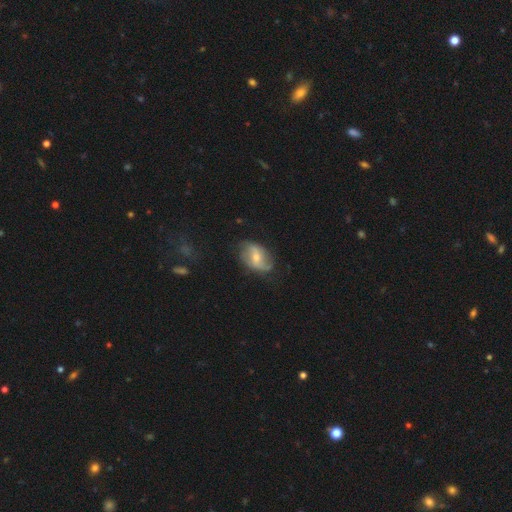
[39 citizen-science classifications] A featured or disk galaxy (72%) with a weak bar (48%), 2 (92%) loose (81%) spiral arms (96%) and a small central bulge (52%).

Vote fractions:
- Smooth or featured? featured or disk: 72% / smooth: 21% / star or artifact: 8%
- Edge-on disk? no: 96% / yes: 4%
- Bar? weak: 48% / no: 30% / strong: 22%
- Spiral arms? yes: 96% / no: 4%
- Spiral winding? loose: 81% / medium: 15% / tight: 4%
- Spiral arm count? 2: 92% / can't tell: 8% / 1: 0% / 3: 0% / 4: 0% / more than 4: 0%
- Bulge size? small: 52% / moderate: 48% / dominant: 0% / large: 0% / none: 0%
- Merging? none: 75% / minor disturbance: 14% / major disturbance: 8% / merger: 3%